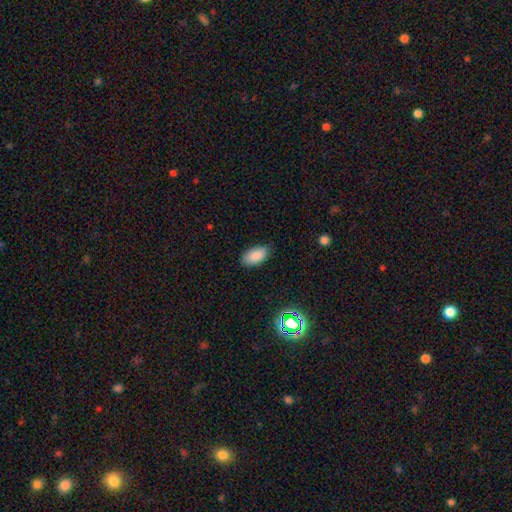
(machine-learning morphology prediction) A smooth galaxy with no disk features (87%) that is in between round and cigar-shaped (94%).

Vote fractions:
- Smooth or featured? smooth: 87% / star or artifact: 8% / featured or disk: 5%
- How rounded? in between: 94% / round: 3% / cigar-shaped: 3%
- Merging? none: 84% / minor disturbance: 12% / major disturbance: 2% / merger: 1%